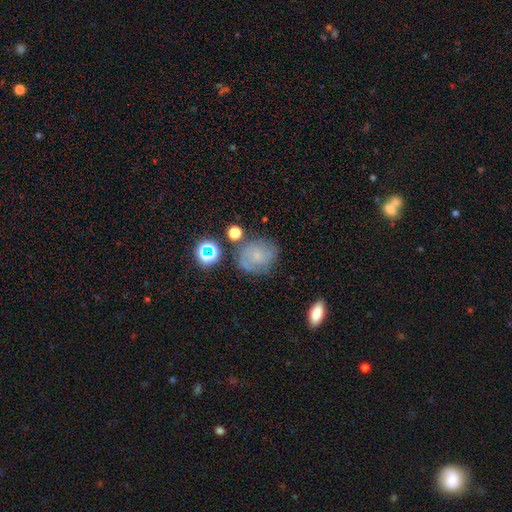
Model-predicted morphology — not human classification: Q: Smooth or featured?
A: featured or disk (47%); runner-up: smooth (38%)
Q: Merging?
A: none (64%); runner-up: minor disturbance (21%)